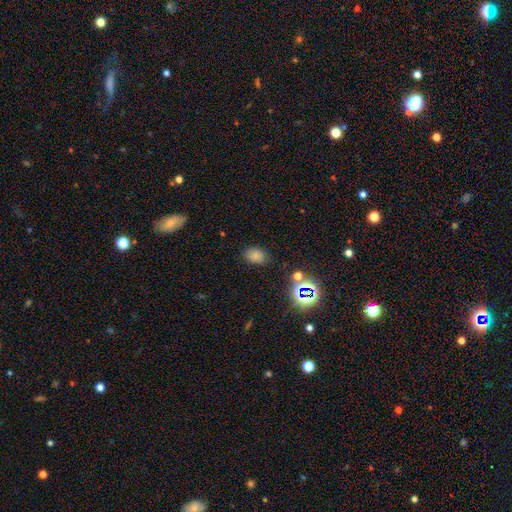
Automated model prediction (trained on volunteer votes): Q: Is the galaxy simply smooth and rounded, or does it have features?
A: smooth — 72%.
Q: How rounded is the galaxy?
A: in between — 79%.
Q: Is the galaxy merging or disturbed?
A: none — 82%.